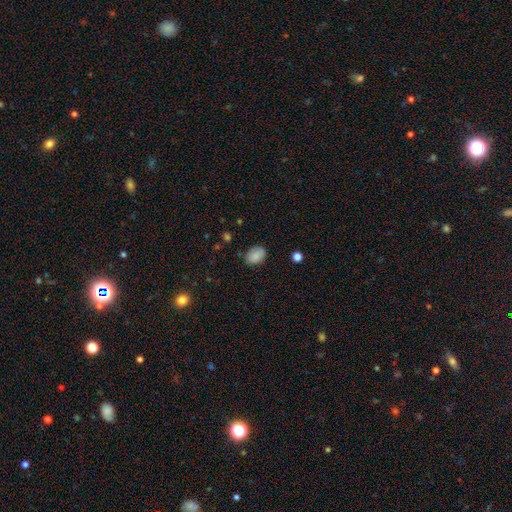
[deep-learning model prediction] Smooth or featured: smooth — 85% (star or artifact — 8%)
How rounded: in between — 78% (round — 21%)
Merging: none — 77% (minor disturbance — 17%)